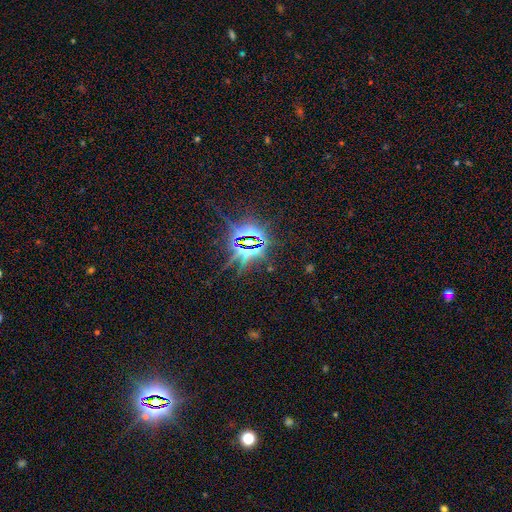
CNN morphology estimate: This is clearly a star or artifact rather than a galaxy (85%).